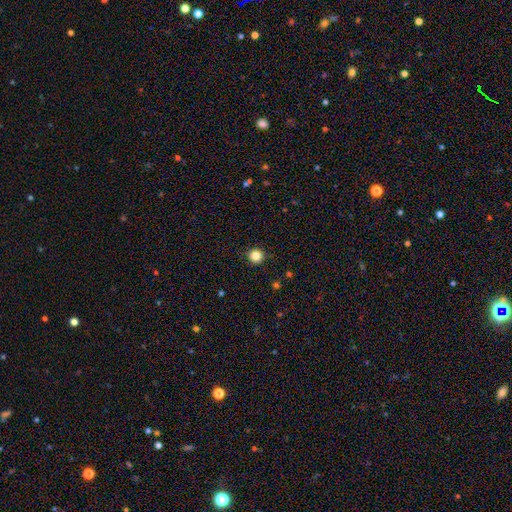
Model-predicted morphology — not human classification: Smooth or featured? Predicted: smooth (p=0.84). How rounded? Predicted: round (p=0.95). Merging? Predicted: none (p=0.92).